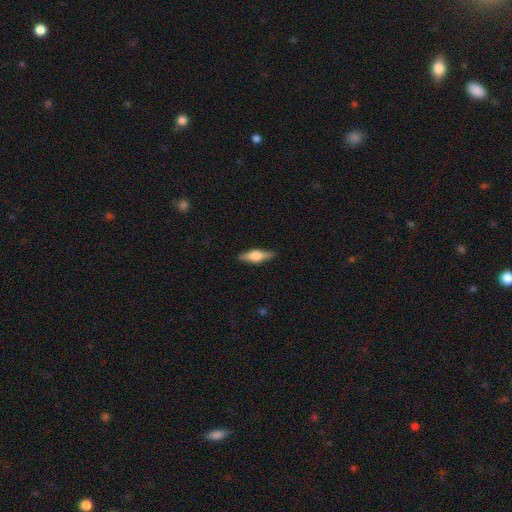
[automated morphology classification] Smooth or featured: featured or disk — 53% (smooth — 41%)
Edge-on disk: yes — 94% (no — 6%)
Edge-on bulge: rounded — 91% (boxy — 7%)
Merging: none — 89% (minor disturbance — 9%)